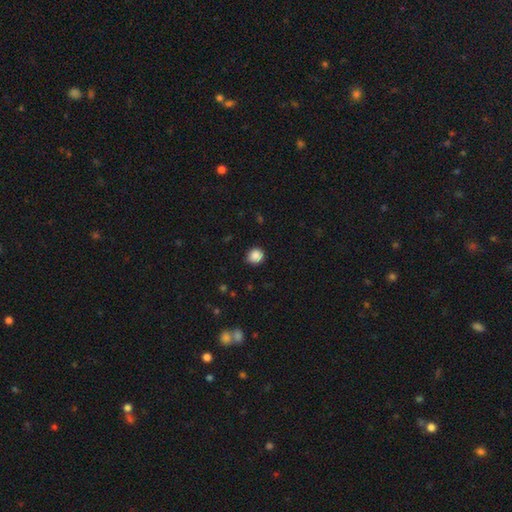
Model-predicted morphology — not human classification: type=smooth (87%); roundness=round (82%); merging=none (85%).